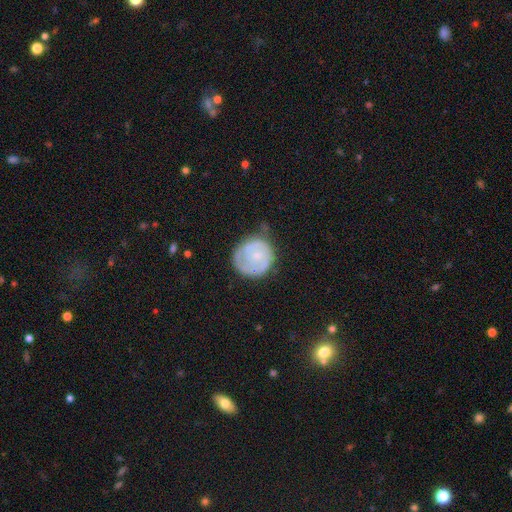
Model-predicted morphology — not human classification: Overall: featured or disk (52%; smooth 41%). Edge-on disk: no (98%). Bar: no (81%). Spiral arms: yes (59%; no 41%). Bulge size: small (65%). Merging: none (52%; minor disturbance 31%).